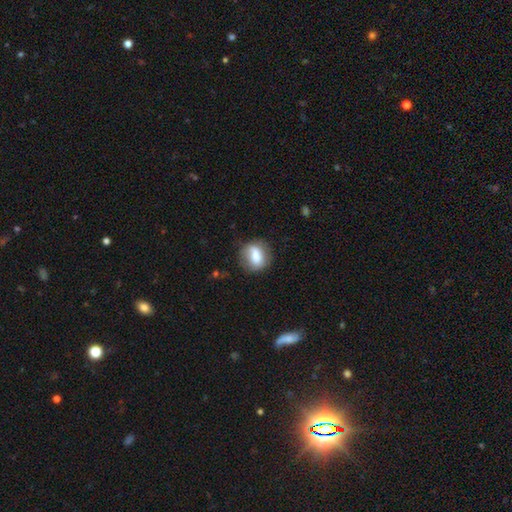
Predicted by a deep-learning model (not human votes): Smooth or featured? smooth (68%)
How rounded? round (59%)
Merging? none (75%)